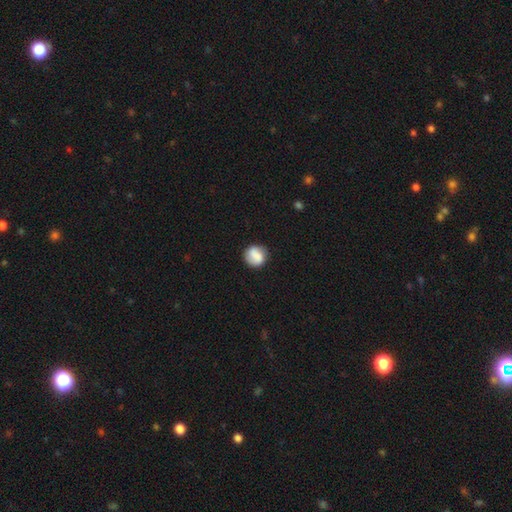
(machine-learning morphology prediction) smooth_or_featured: smooth (p=0.71) [alt: featured or disk p=0.21]
how_rounded: round (p=0.86) [alt: in between p=0.13]
merging: none (p=0.78) [alt: minor disturbance p=0.15]